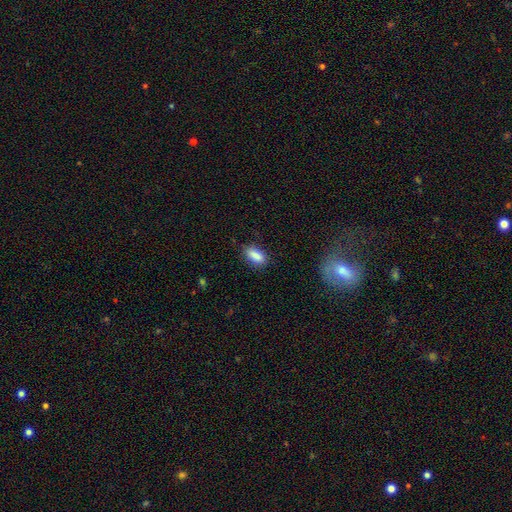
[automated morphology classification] A smooth galaxy with no disk features (87%) that is in between round and cigar-shaped (86%). Merging: none (80%).